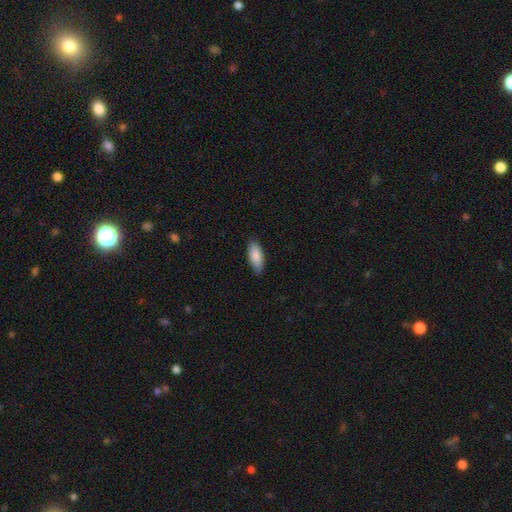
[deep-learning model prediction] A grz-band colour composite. It shows a smooth galaxy with no disk features (87%) that is in between round and cigar-shaped (83%). Merging: none (80%).